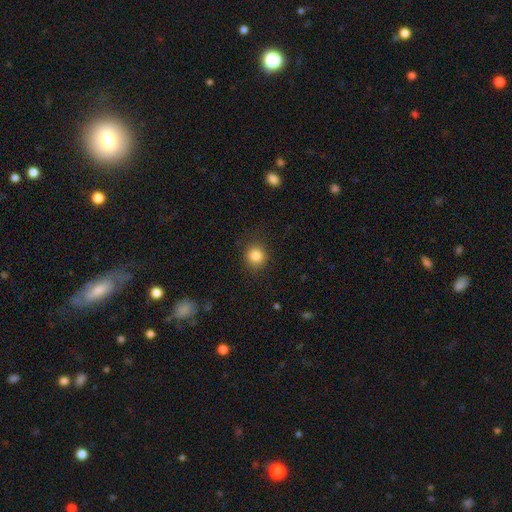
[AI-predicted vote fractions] Q: Smooth or featured?
A: smooth (84%); runner-up: star or artifact (10%)
Q: How rounded?
A: round (90%); runner-up: in between (9%)
Q: Merging?
A: none (87%); runner-up: minor disturbance (9%)